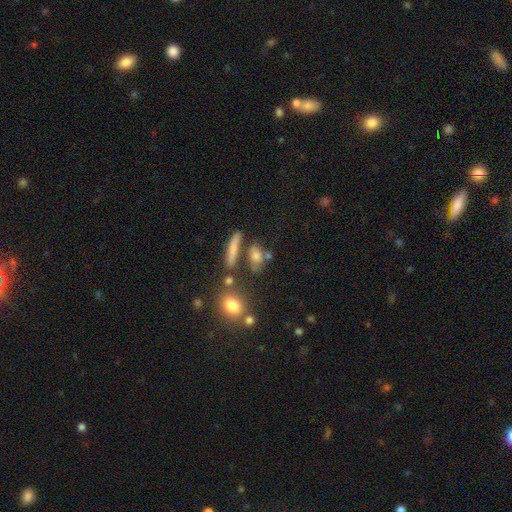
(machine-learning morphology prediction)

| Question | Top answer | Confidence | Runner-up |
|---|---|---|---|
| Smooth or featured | smooth | 69% | featured or disk (17%) |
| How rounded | in between | 45% | cigar-shaped (31%) |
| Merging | none | 58% | merger (20%) |